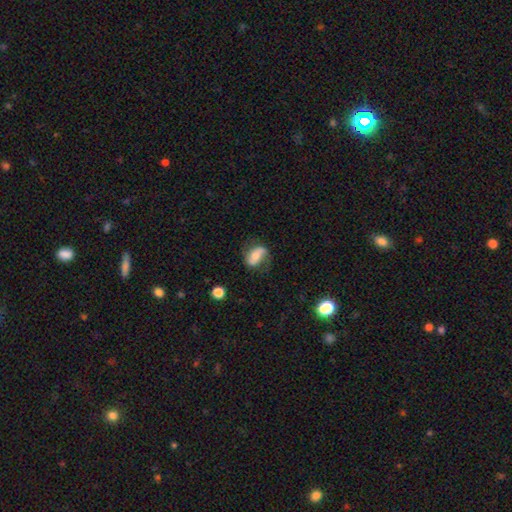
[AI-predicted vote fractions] Morphology: type=smooth (52%); roundness=in between (85%); merging=none (55%).